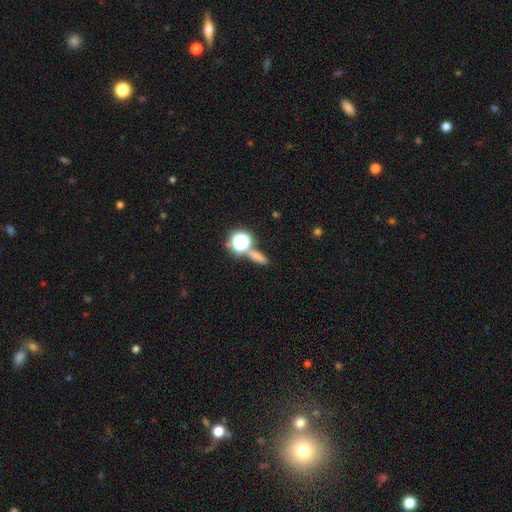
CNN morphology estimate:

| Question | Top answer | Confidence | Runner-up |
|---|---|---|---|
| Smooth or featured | smooth | 65% | star or artifact (26%) |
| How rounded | in between | 36% | cigar-shaped (33%) |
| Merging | none | 69% | merger (17%) |